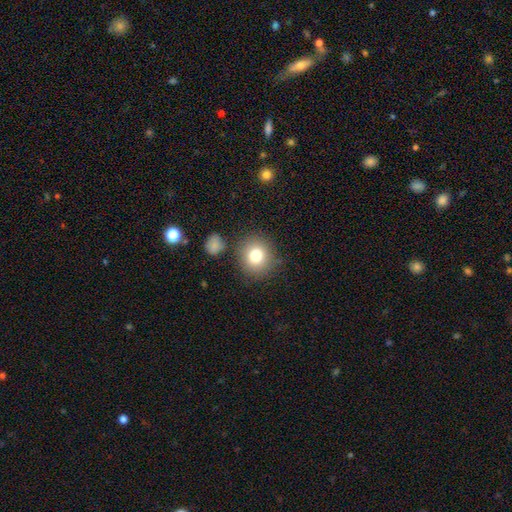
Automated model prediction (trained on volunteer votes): A smooth galaxy with no disk features (79%) that is round (86%).

Vote fractions:
- Smooth or featured? smooth: 79% / star or artifact: 11% / featured or disk: 10%
- How rounded? round: 86% / in between: 13% / cigar-shaped: 1%
- Merging? none: 83% / minor disturbance: 10% / merger: 4% / major disturbance: 3%